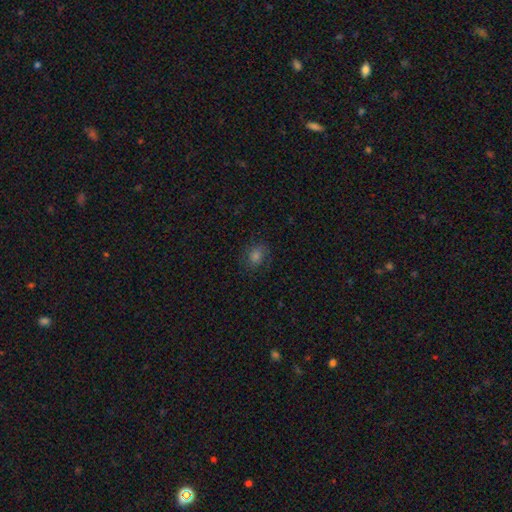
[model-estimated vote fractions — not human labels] Q: Smooth or featured?
A: smooth (62%); runner-up: star or artifact (24%)
Q: How rounded?
A: round (54%); runner-up: in between (44%)
Q: Merging?
A: none (79%); runner-up: minor disturbance (15%)